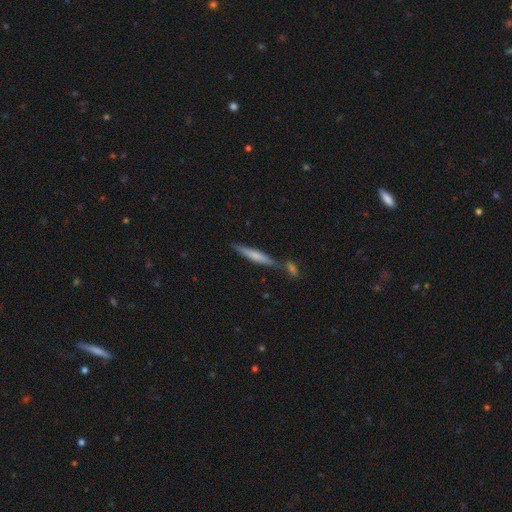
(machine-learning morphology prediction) smooth 61%, featured or disk 33%, star or artifact 6%. Down the decision tree: how rounded — cigar-shaped (91%); merging — none (66%).